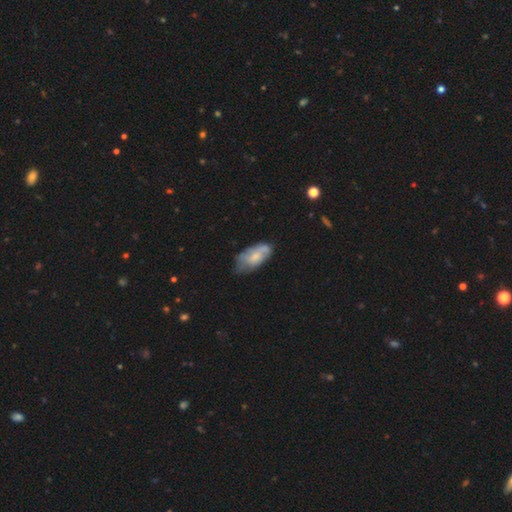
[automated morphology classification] type=smooth (55%); roundness=in between (90%); merging=none (49%).